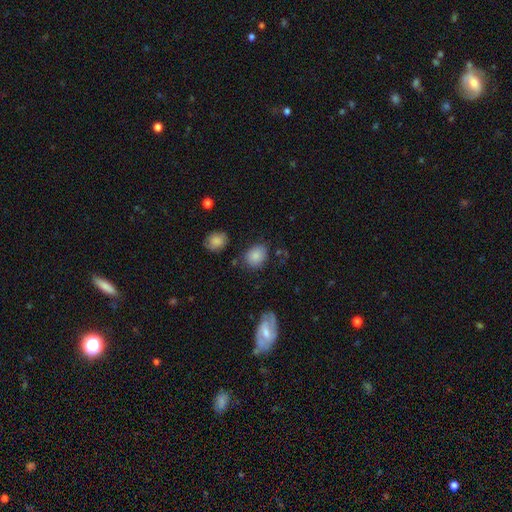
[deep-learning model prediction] A smooth galaxy with no disk features (84%) that is round (51%).

Vote fractions:
- Smooth or featured? smooth: 84% / star or artifact: 9% / featured or disk: 7%
- How rounded? round: 51% / in between: 48% / cigar-shaped: 1%
- Merging? none: 75% / minor disturbance: 16% / major disturbance: 5% / merger: 4%